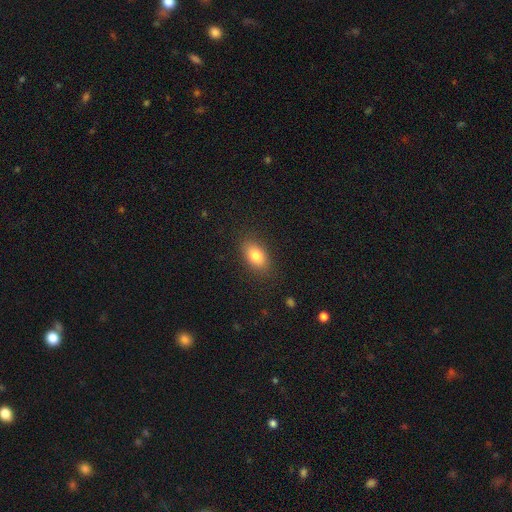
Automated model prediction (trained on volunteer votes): Smooth or featured: smooth — 82% (featured or disk — 10%)
How rounded: in between — 88% (round — 10%)
Merging: none — 86% (minor disturbance — 10%)